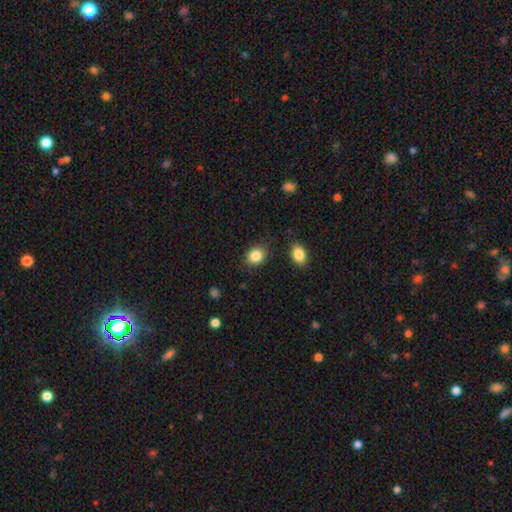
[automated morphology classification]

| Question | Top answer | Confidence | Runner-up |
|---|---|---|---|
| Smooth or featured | smooth | 85% | star or artifact (9%) |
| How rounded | round | 53% | in between (46%) |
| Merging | none | 84% | minor disturbance (10%) |